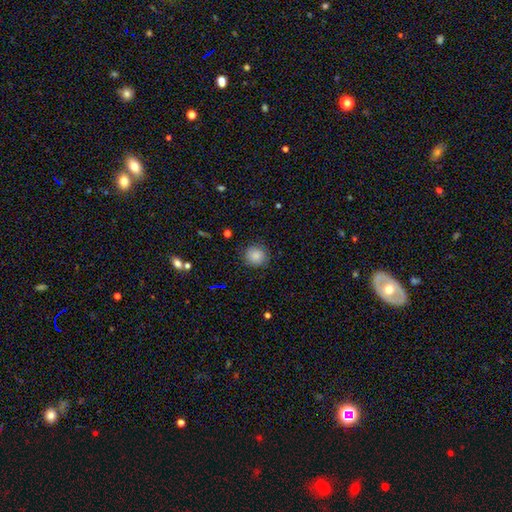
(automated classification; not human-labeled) Smooth or featured? Predicted: smooth (p=0.84). How rounded? Predicted: round (p=0.90). Merging? Predicted: none (p=0.86).